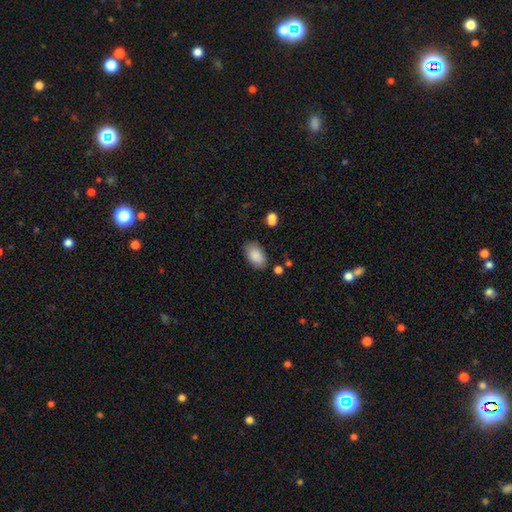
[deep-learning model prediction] A smooth galaxy with no disk features (88%) that is in between round and cigar-shaped (93%). Merging: none (80%).